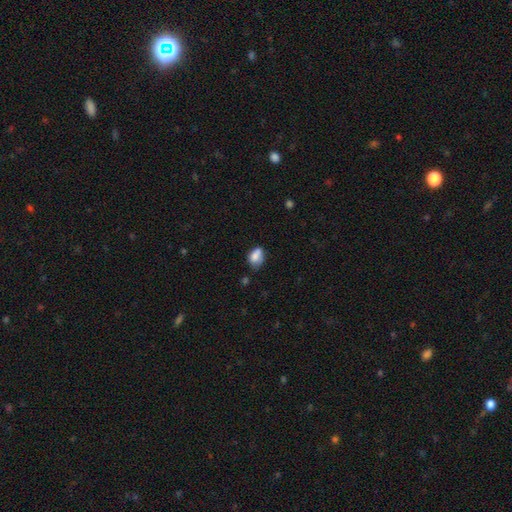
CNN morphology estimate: type=smooth (78%); roundness=in between (78%); merging=none (45%).